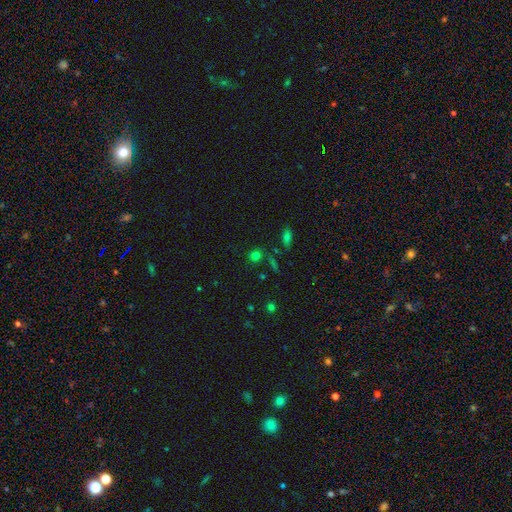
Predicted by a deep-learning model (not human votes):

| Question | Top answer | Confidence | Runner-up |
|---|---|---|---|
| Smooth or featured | smooth | 72% | star or artifact (21%) |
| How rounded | round | 83% | in between (15%) |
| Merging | none | 78% | minor disturbance (11%) |